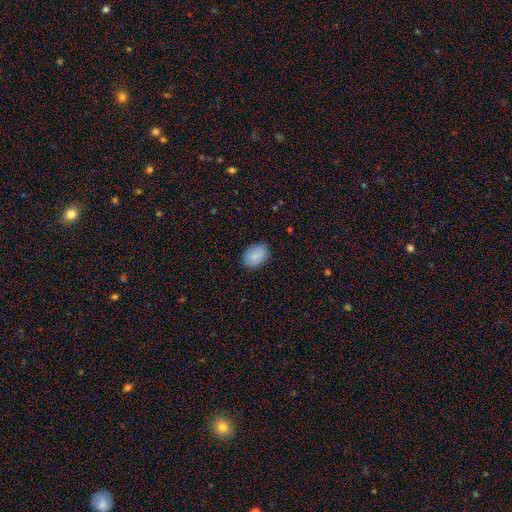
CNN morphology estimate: Smooth or featured: smooth — 89% (star or artifact — 7%)
How rounded: in between — 76% (round — 23%)
Merging: none — 86% (minor disturbance — 10%)